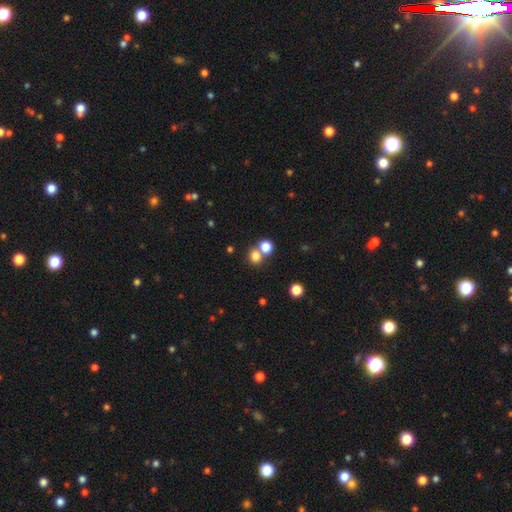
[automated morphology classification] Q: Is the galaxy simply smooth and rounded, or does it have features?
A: smooth — 78%.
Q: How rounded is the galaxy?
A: round — 76%.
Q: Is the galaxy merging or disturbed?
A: none — 54%.